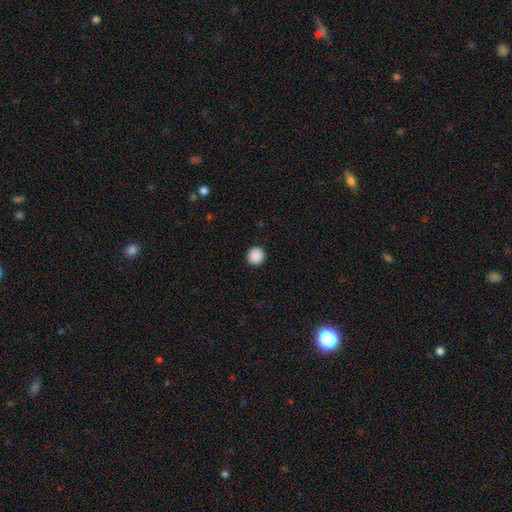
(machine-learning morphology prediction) Smooth or featured? smooth (90%)
How rounded? round (95%)
Merging? none (93%)